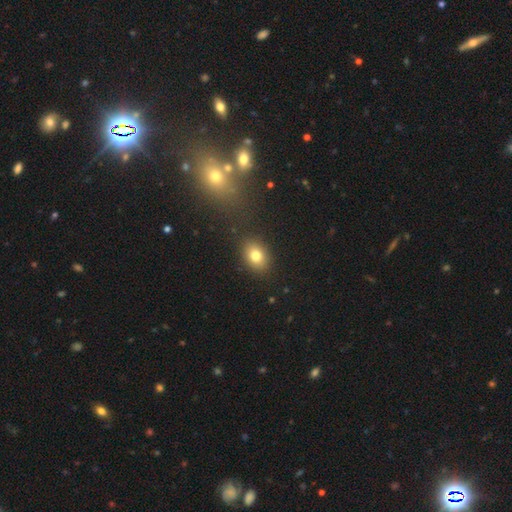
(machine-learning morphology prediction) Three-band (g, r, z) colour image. It shows a smooth galaxy with no disk features (80%) that is in between round and cigar-shaped (70%). Merging: none (86%).